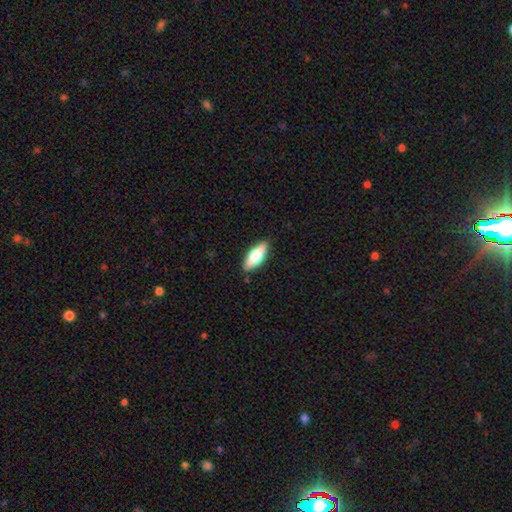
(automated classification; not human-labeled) smooth 60%, featured or disk 34%, star or artifact 6%. Down the decision tree: how rounded — in between (65%); merging — none (87%).